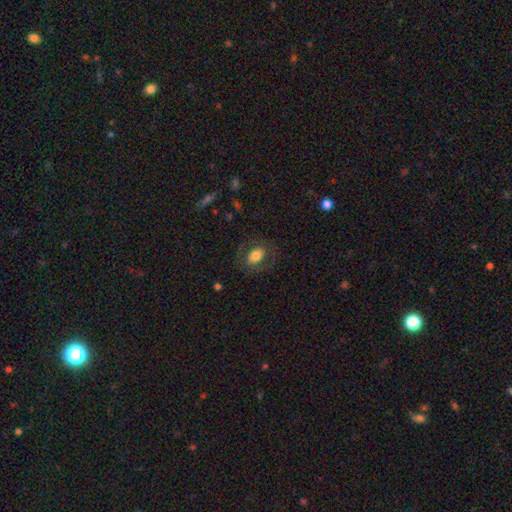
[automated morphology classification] smooth_or_featured: smooth (p=0.72) [alt: featured or disk p=0.20]
how_rounded: in between (p=0.73) [alt: round p=0.25]
merging: none (p=0.76) [alt: minor disturbance p=0.13]